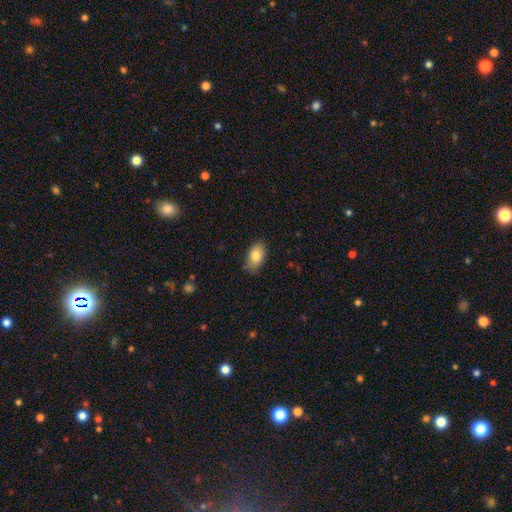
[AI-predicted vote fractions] Smooth or featured? smooth (82%)
How rounded? in between (92%)
Merging? none (82%)